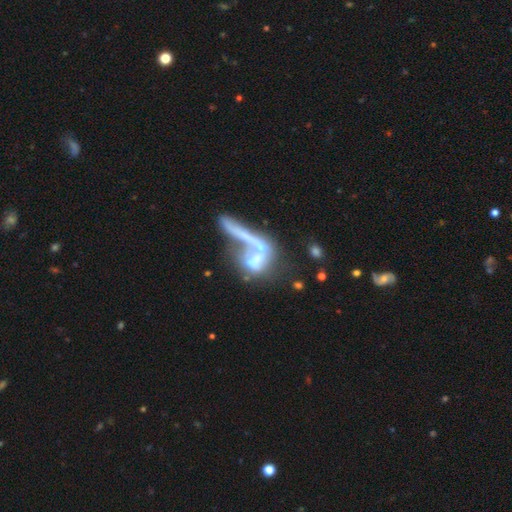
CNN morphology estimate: featured or disk 55%, smooth 33%, star or artifact 12%. Down the decision tree: edge-on disk — no (81%); merging — merger (50%).